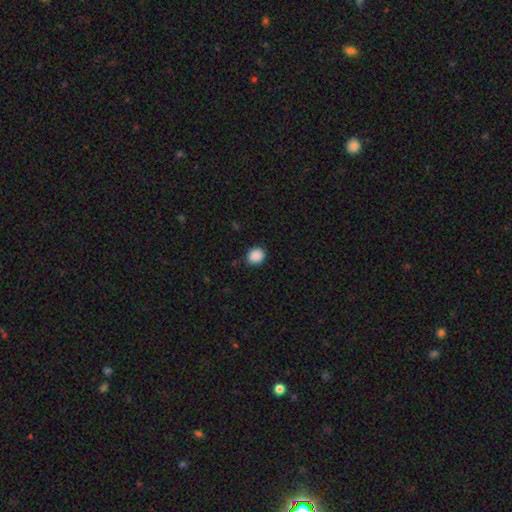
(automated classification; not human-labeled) smooth-or-featured: smooth: 89% | star or artifact: 9% | featured or disk: 2%
  how-rounded: round: 75% | in between: 25% | cigar-shaped: 1%
  merging: none: 88% | minor disturbance: 9% | major disturbance: 2% | merger: 1%